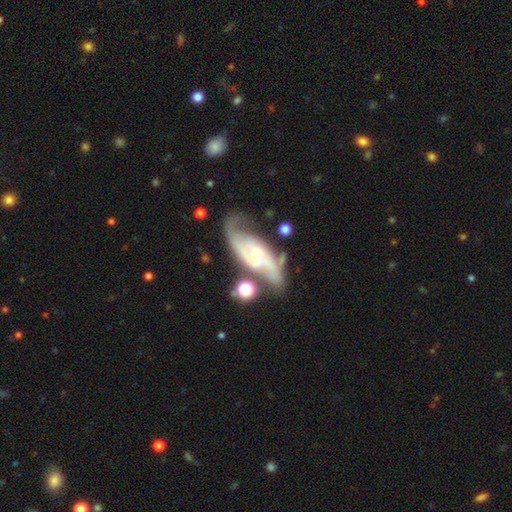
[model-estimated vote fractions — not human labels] The model was most divided on "bar": no: 45%, weak: 42%, strong: 13%. Remaining: spiral arms — yes (95%); edge-on disk — no (91%); smooth or featured — featured or disk (84%); spiral arm count — 2 (83%); merging — none (59%); bulge size — small (50%); spiral winding — medium (47%).